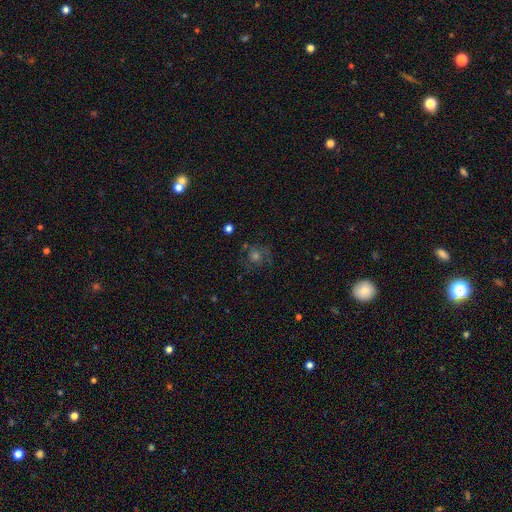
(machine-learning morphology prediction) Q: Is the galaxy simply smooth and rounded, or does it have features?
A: featured or disk — 40%.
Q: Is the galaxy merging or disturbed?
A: none — 73%.